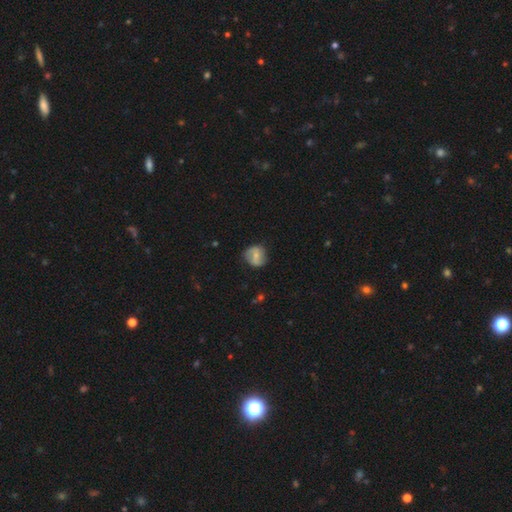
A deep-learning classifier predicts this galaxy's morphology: A featured or disk galaxy (53%) with a weak bar (43%), spiral arms (76%) and a small central bulge (48%). Merging: none (76%).